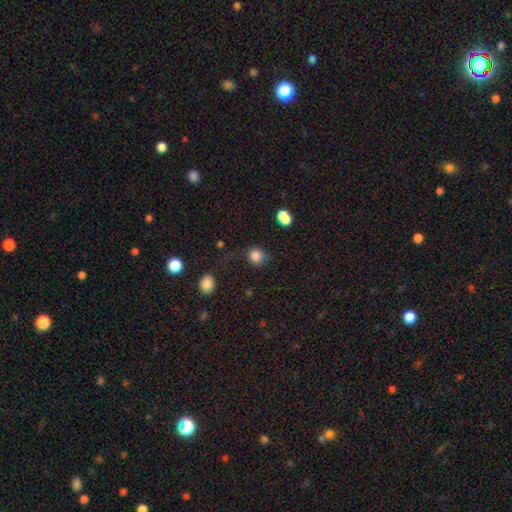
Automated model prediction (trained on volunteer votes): Q: Smooth or featured?
A: smooth (84%); runner-up: star or artifact (11%)
Q: How rounded?
A: round (81%); runner-up: in between (18%)
Q: Merging?
A: none (69%); runner-up: minor disturbance (19%)